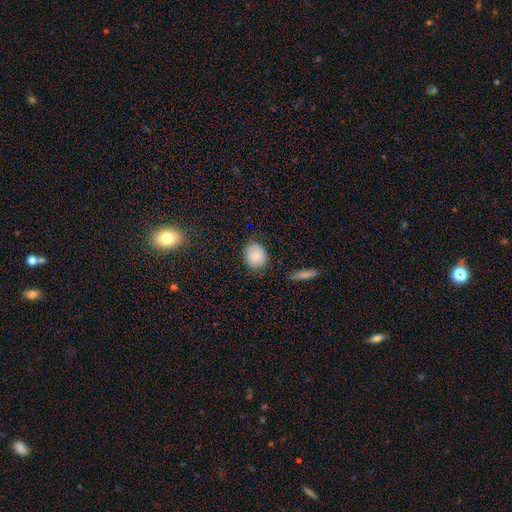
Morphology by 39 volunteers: This appears to be a smooth galaxy with no disk features (85%) that is round (76%). Merging: none (74%).